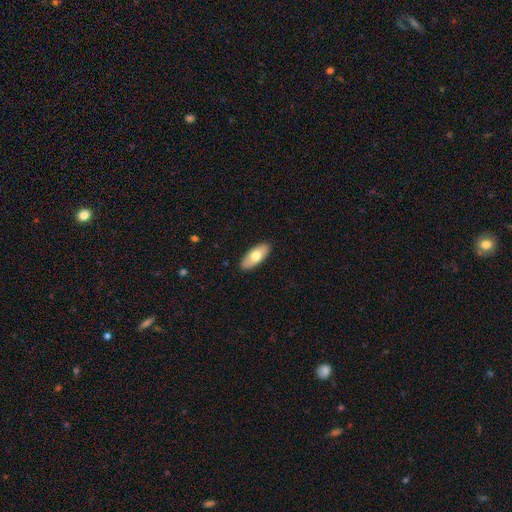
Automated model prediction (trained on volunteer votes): This is likely a smooth galaxy (69%). How rounded: clearly in between (85%). Merging: clearly none (89%).